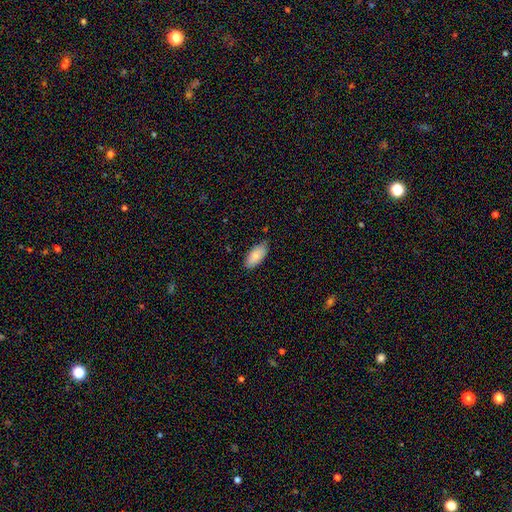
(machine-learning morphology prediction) Smooth or featured: smooth — 86% (featured or disk — 7%)
How rounded: in between — 91% (cigar-shaped — 7%)
Merging: none — 81% (minor disturbance — 15%)